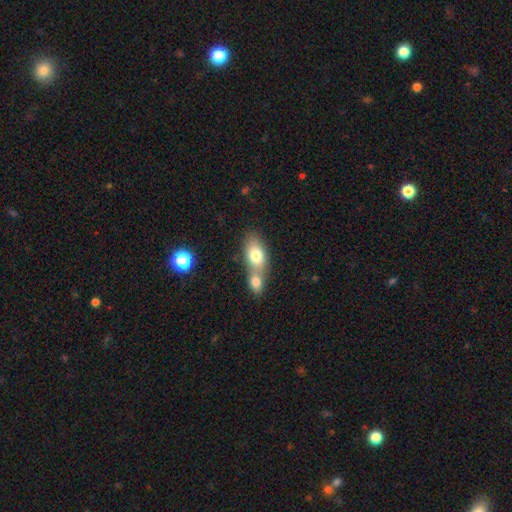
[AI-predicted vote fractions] smooth 75%, featured or disk 18%, star or artifact 7%. Down the decision tree: how rounded — in between (84%); merging — merger (63%).